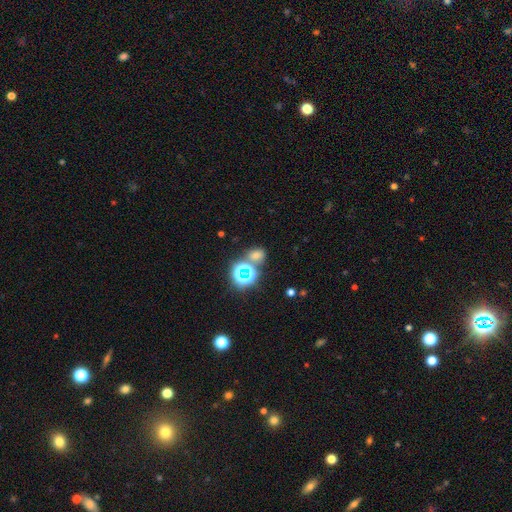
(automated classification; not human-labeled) Morphology: type=smooth (55%); roundness=round (60%); merging=none (67%).